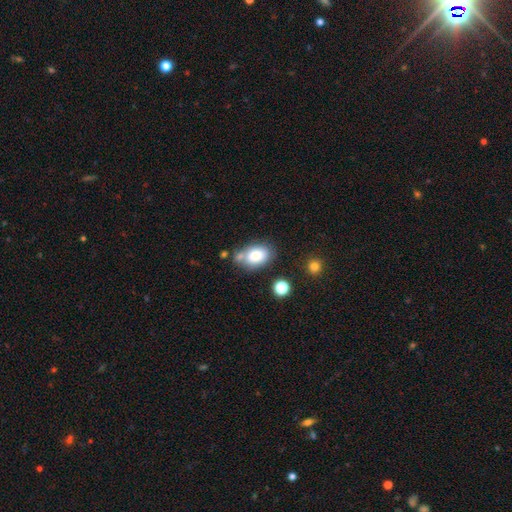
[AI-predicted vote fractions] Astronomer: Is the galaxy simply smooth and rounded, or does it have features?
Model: smooth — 79%.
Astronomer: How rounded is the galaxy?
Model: in between — 81%.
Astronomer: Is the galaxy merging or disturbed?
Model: none — 56%.